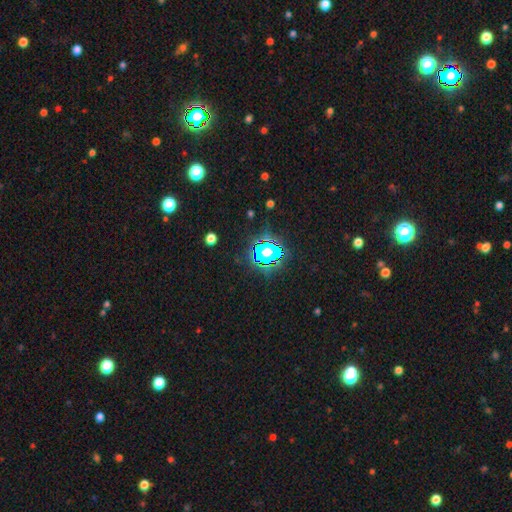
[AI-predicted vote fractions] A star or artifact, not a galaxy (80%).